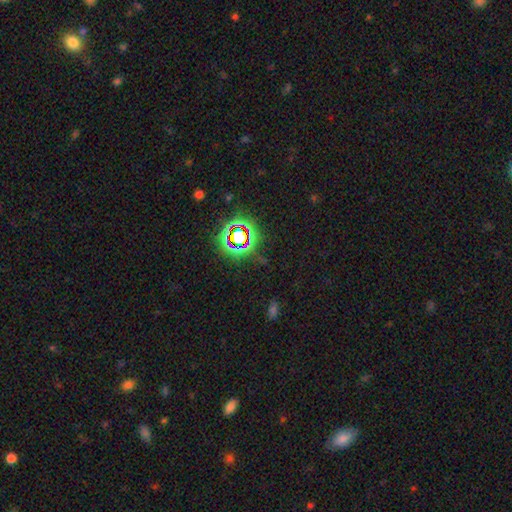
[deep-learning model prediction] Q: Smooth or featured?
A: star or artifact (74%); runner-up: smooth (16%)